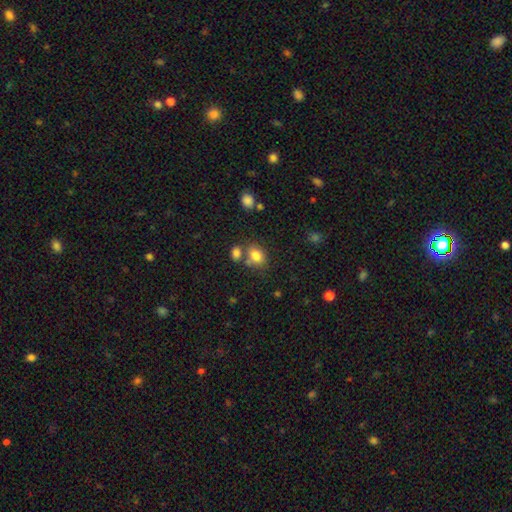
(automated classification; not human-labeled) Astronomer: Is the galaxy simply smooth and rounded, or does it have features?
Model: smooth — 81%.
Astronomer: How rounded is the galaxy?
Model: in between — 65%.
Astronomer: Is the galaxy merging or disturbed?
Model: none — 57%.